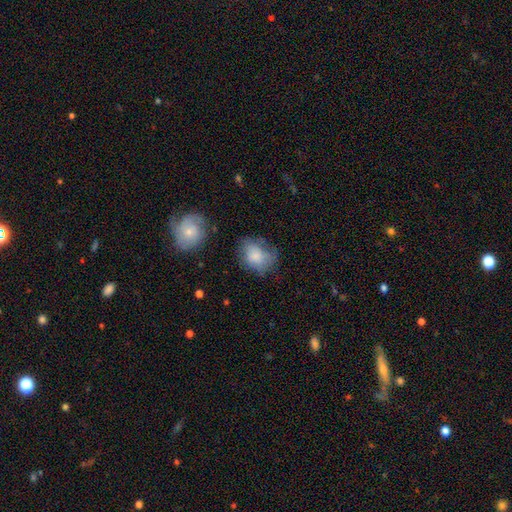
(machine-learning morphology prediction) This appears to be a smooth galaxy with no disk features (76%) that is in between round and cigar-shaped (61%). Merging: none (48%).